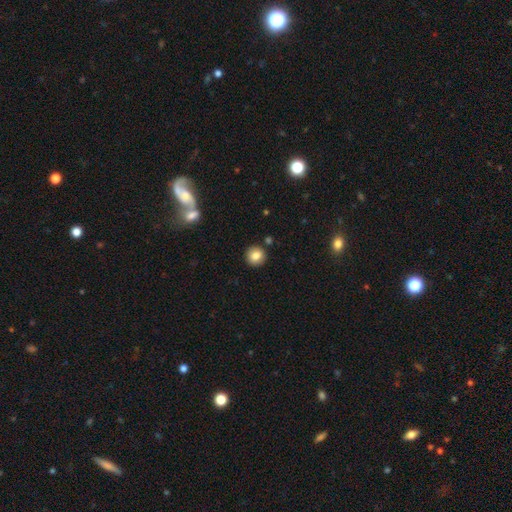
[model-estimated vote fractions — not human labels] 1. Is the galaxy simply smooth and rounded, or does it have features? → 84% smooth, 9% star or artifact, 7% featured or disk.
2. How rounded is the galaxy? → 92% round, 7% in between, 1% cigar-shaped.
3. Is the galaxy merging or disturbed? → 90% none, 6% minor disturbance, 3% merger, 2% major disturbance.